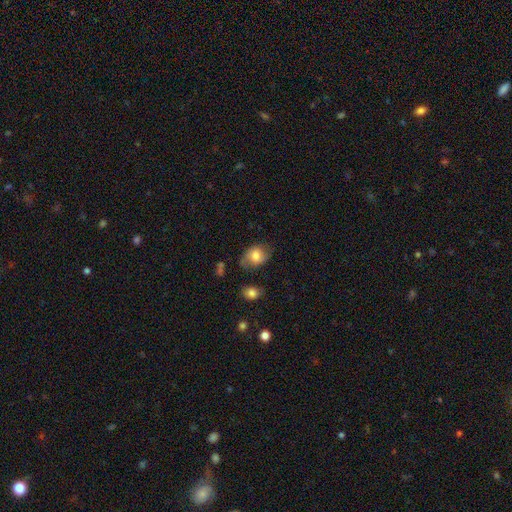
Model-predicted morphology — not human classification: smooth-or-featured: smooth: 59% | featured or disk: 32% | star or artifact: 9%
  how-rounded: in between: 60% | round: 39% | cigar-shaped: 1%
  merging: none: 64% | minor disturbance: 24% | major disturbance: 9% | merger: 3%